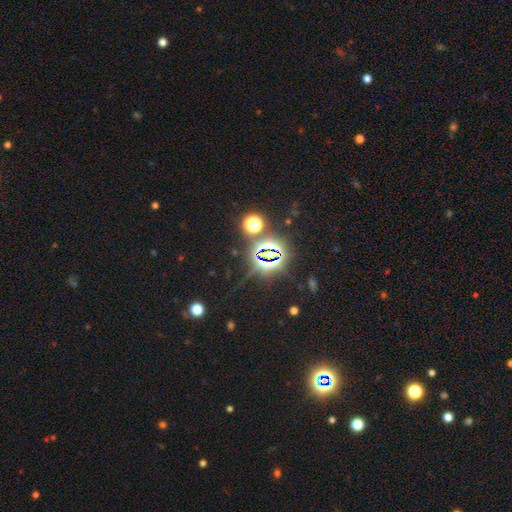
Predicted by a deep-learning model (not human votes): Smooth or featured?
  - star or artifact: 81% *
  - smooth: 12%
  - featured or disk: 7%